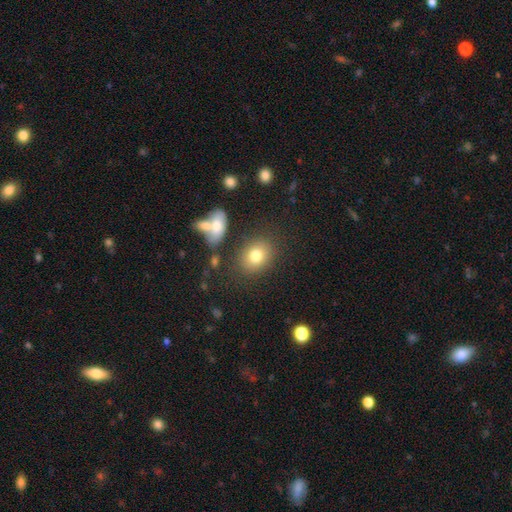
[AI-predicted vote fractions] This is likely a smooth galaxy (78%). How rounded: possibly in between (52%). Merging: likely none (77%).